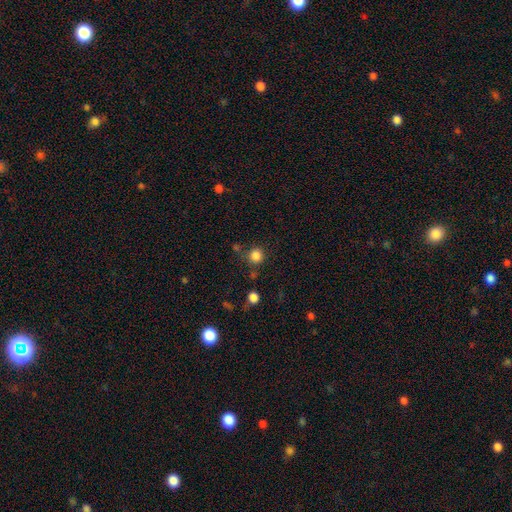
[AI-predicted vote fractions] A smooth galaxy with no disk features (83%) that is round (93%). Merging: none (79%).